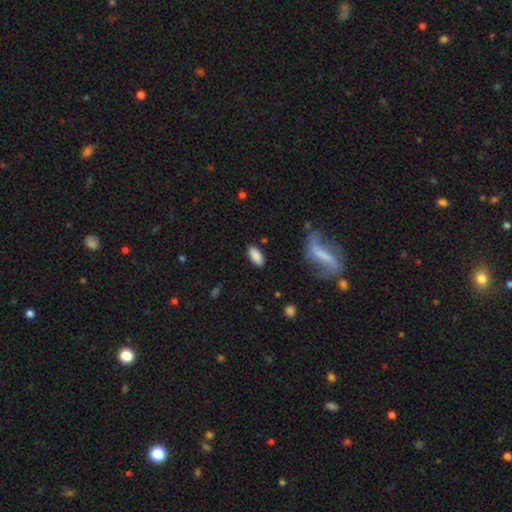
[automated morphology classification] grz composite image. It shows a smooth galaxy with no disk features (87%) that is in between round and cigar-shaped (90%). Merging: none (86%).